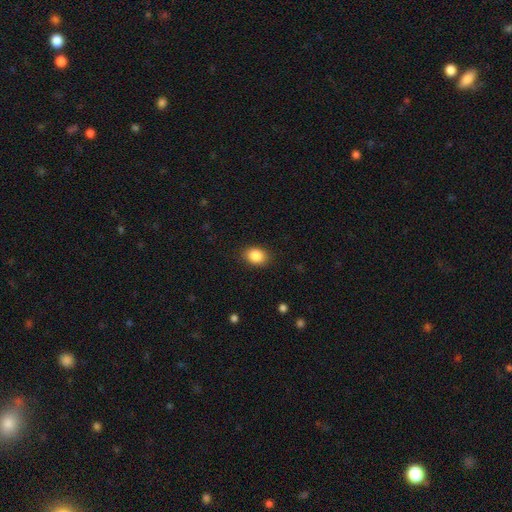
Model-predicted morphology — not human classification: A smooth galaxy with no disk features (87%) that is in between round and cigar-shaped (69%). Merging: none (87%).